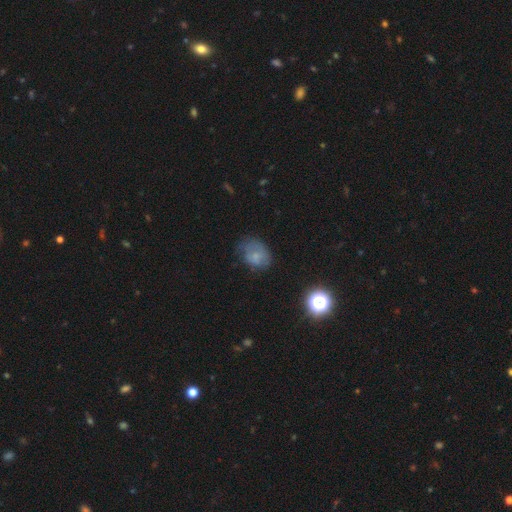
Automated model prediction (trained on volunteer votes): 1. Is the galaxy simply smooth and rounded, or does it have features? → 64% smooth, 23% featured or disk, 13% star or artifact.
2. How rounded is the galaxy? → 57% in between, 42% round, 1% cigar-shaped.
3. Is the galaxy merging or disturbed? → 50% none, 31% minor disturbance, 17% major disturbance, 2% merger.